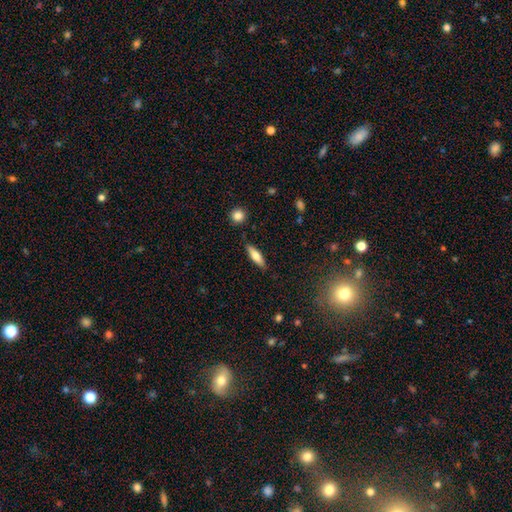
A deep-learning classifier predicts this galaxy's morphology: This is likely a smooth galaxy (70%). How rounded: possibly cigar-shaped (59%). Merging: clearly none (85%).